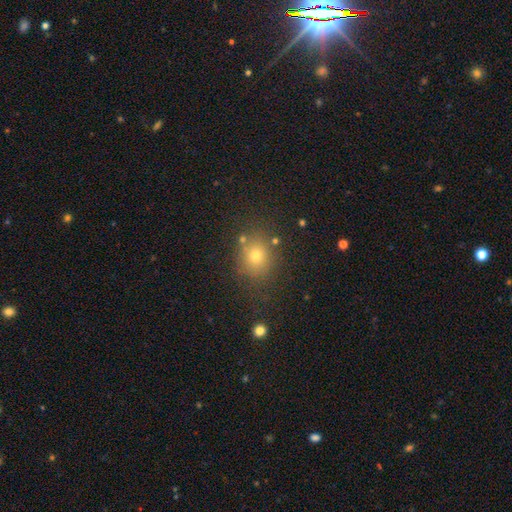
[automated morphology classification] Overall: smooth (71%). How rounded: round (75%). Merging: none (79%).